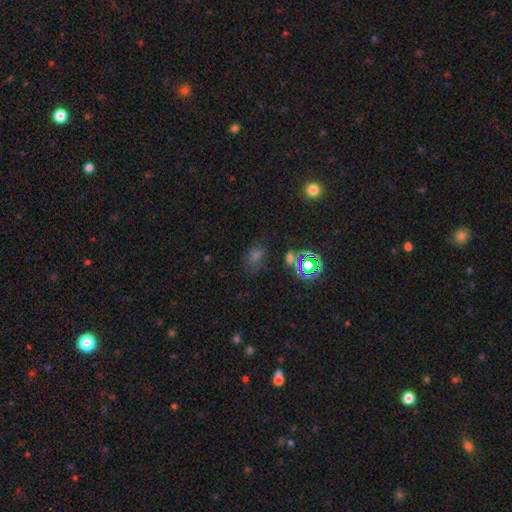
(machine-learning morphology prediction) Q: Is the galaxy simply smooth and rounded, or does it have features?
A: smooth — 49%.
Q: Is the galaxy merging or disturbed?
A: none — 69%.